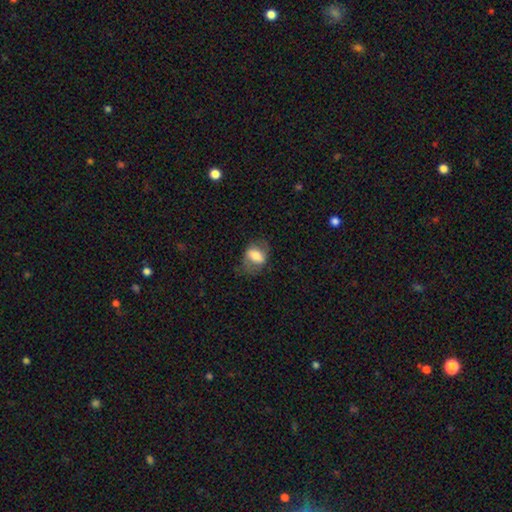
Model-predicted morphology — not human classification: This appears to be a smooth galaxy with no disk features (61%) that is in between round and cigar-shaped (77%). Merging: none (62%).